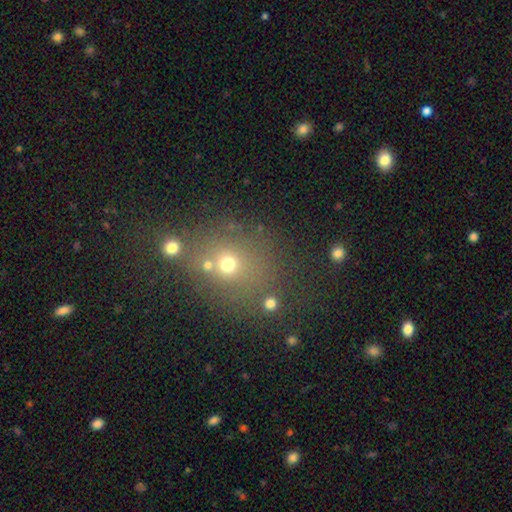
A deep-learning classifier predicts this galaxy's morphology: This is possibly a smooth galaxy (48%). Merging: possibly none (60%).